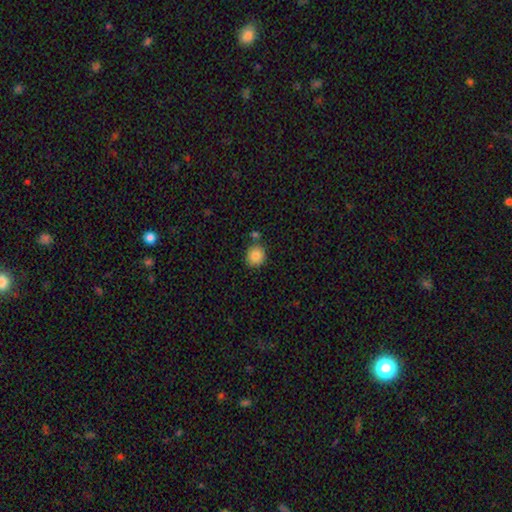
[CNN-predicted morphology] The model was most divided on "merging": none: 77%, merger: 10%, minor disturbance: 10%, major disturbance: 2%. More confident: how rounded — round (86%); smooth or featured — smooth (85%).